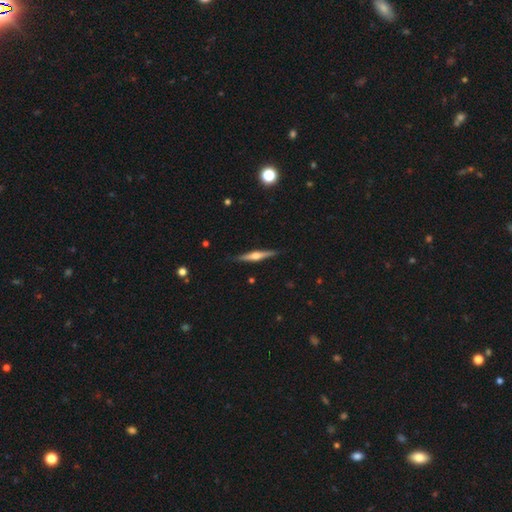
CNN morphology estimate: This is likely a featured or disk galaxy (70%). It is clearly viewed edge-on (98%). Edge-on bulge: clearly rounded (90%). Merging: clearly none (89%).